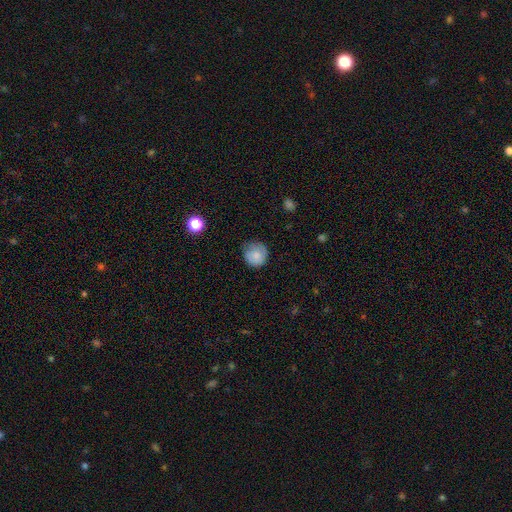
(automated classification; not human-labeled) Overall: smooth (77%). How rounded: round (89%). Merging: none (65%; minor disturbance 27%).